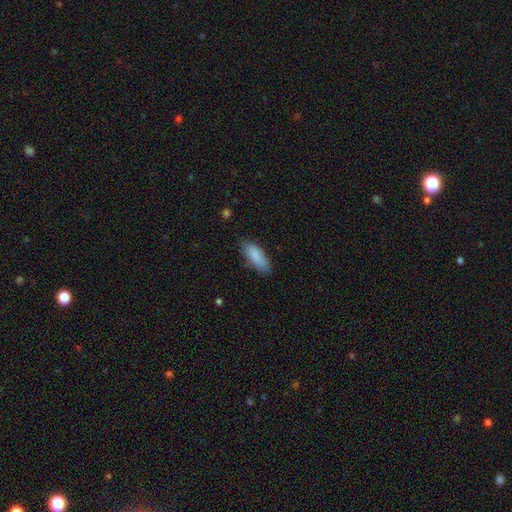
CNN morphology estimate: type=smooth (87%); roundness=in between (74%); merging=none (80%).